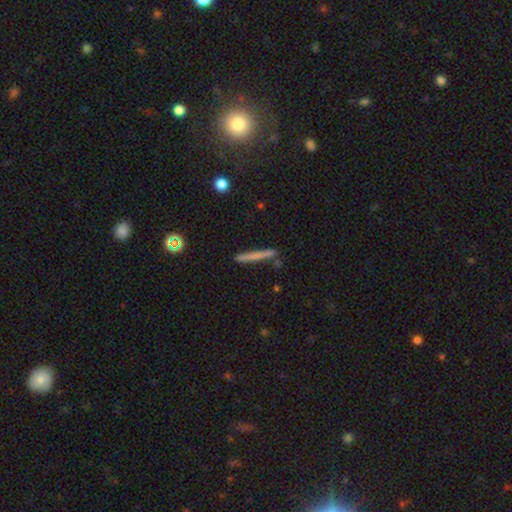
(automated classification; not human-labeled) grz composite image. It shows a smooth galaxy with no disk features (64%) that is cigar-shaped (96%). Merging: none (85%).